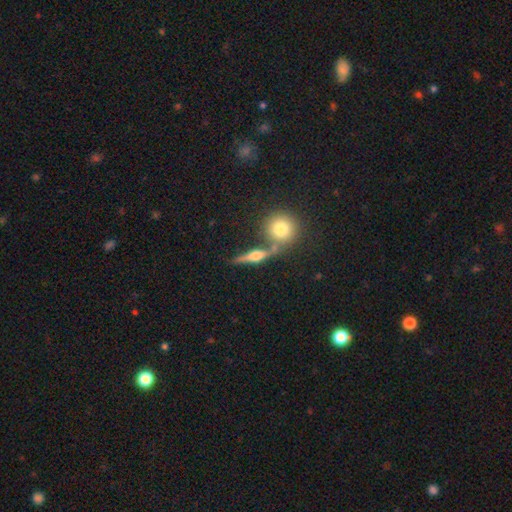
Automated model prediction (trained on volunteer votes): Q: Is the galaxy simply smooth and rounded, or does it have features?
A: featured or disk — 63%.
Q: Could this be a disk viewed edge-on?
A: yes — 91%.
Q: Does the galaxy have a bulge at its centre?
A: rounded — 91%.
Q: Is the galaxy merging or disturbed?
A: none — 68%.